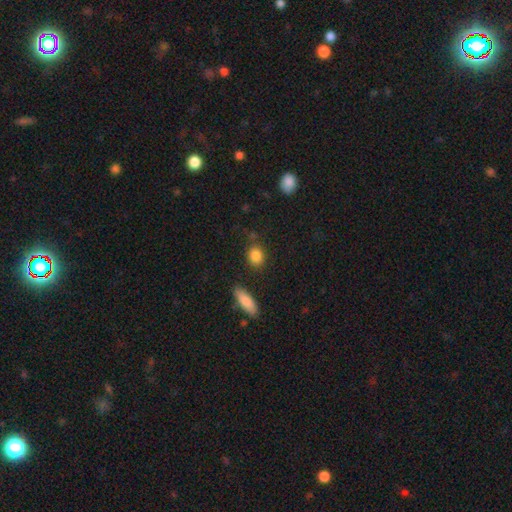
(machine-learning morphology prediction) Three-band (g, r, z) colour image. It shows a smooth galaxy with no disk features (86%) that is round (52%). Merging: none (80%).